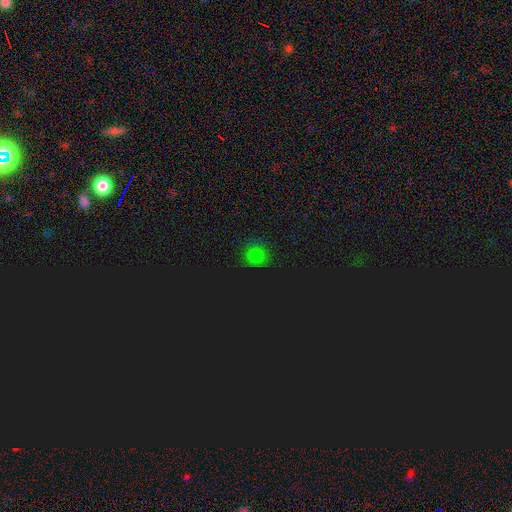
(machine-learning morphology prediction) smooth 53%, star or artifact 40%, featured or disk 6%. Down the decision tree: how rounded — round (81%); merging — none (78%).